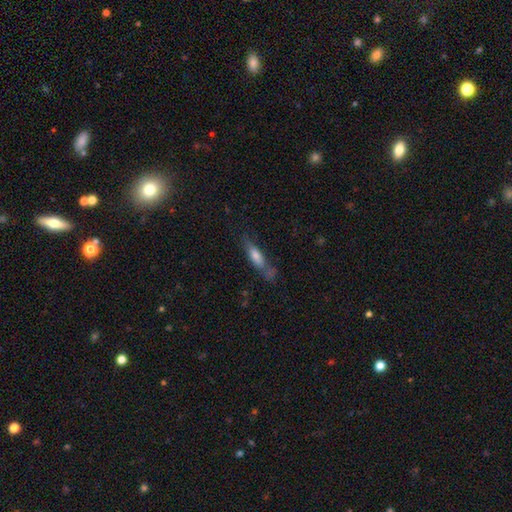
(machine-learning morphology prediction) This is likely a smooth galaxy (66%). How rounded: likely cigar-shaped (63%). Merging: possibly none (55%).